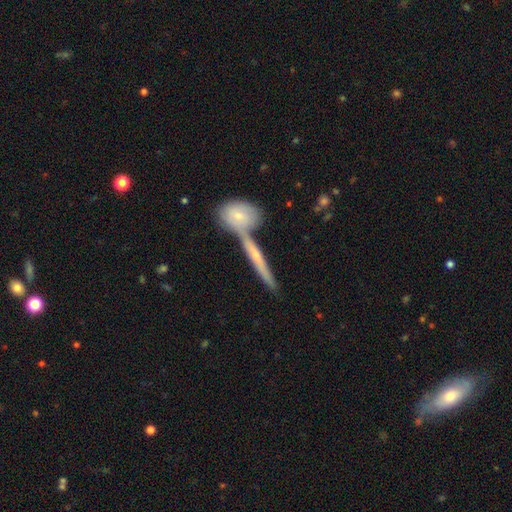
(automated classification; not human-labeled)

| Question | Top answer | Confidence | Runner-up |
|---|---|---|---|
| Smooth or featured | featured or disk | 50% | smooth (43%) |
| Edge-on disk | yes | 90% | no (10%) |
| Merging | none | 58% | merger (31%) |